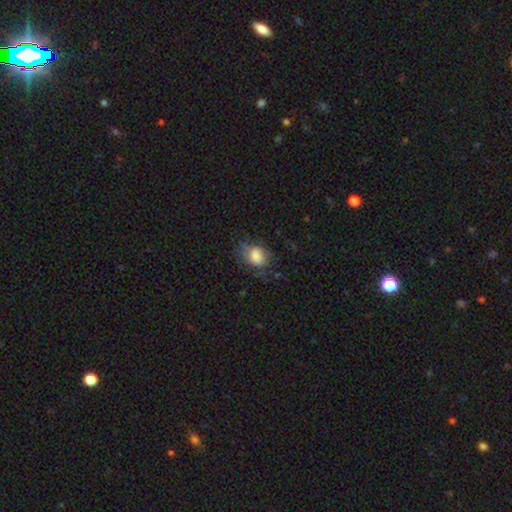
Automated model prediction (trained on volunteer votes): Smooth or featured? Predicted: smooth (p=0.77). How rounded? Predicted: in between (p=0.60). Merging? Predicted: none (p=0.50).